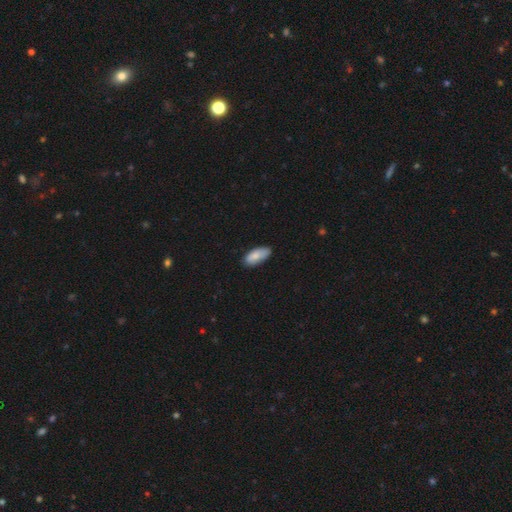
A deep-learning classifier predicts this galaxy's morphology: Overall: smooth (83%). How rounded: in between (87%). Merging: none (77%).